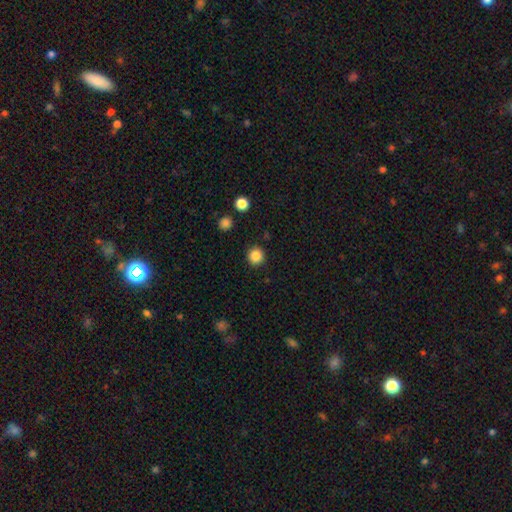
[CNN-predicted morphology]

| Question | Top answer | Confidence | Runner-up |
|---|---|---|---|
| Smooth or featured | smooth | 85% | star or artifact (11%) |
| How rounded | round | 94% | in between (5%) |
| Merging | none | 91% | minor disturbance (5%) |